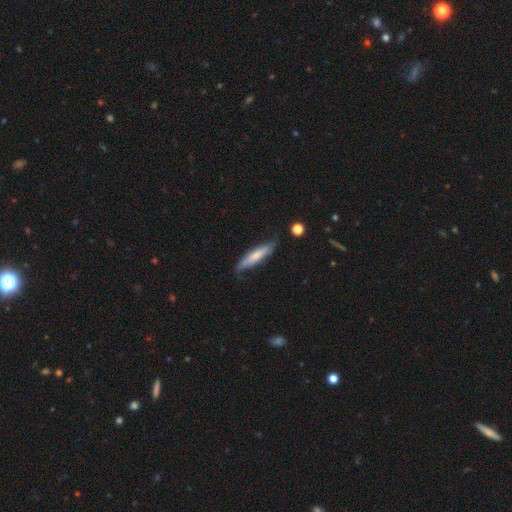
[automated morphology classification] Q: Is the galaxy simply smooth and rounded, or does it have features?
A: smooth — 59%.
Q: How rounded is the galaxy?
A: cigar-shaped — 84%.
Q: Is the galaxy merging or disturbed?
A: none — 65%.